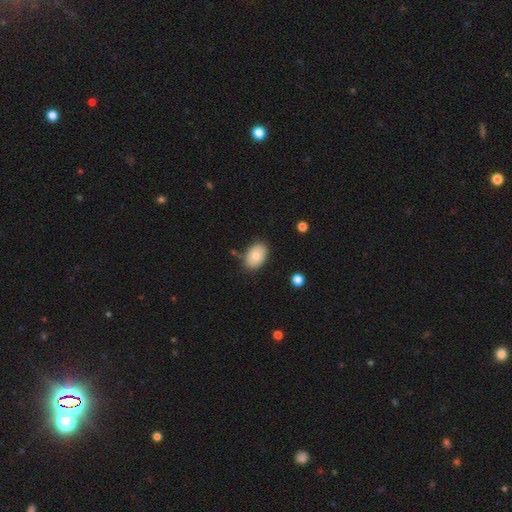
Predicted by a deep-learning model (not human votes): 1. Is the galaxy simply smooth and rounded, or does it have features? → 79% smooth, 13% featured or disk, 7% star or artifact.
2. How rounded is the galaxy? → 87% in between, 12% round, 1% cigar-shaped.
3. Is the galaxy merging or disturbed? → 81% none, 13% minor disturbance, 3% merger, 3% major disturbance.